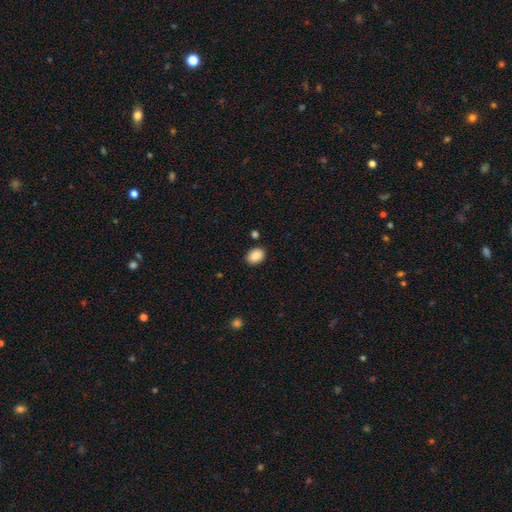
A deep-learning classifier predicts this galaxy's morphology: type=smooth (89%); roundness=in between (72%); merging=none (86%).